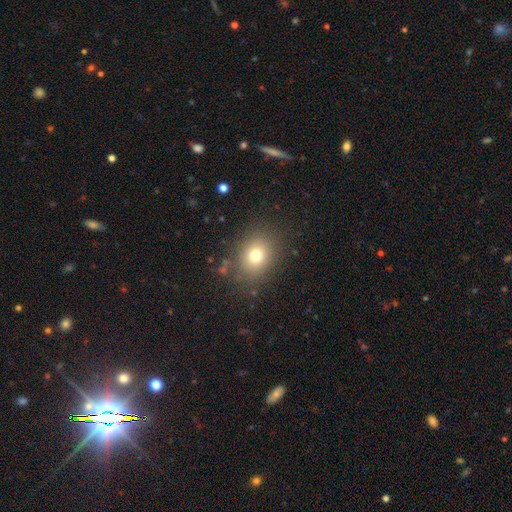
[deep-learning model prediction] Q: Smooth or featured?
A: smooth (74%); runner-up: star or artifact (15%)
Q: How rounded?
A: round (57%); runner-up: in between (43%)
Q: Merging?
A: none (83%); runner-up: minor disturbance (10%)